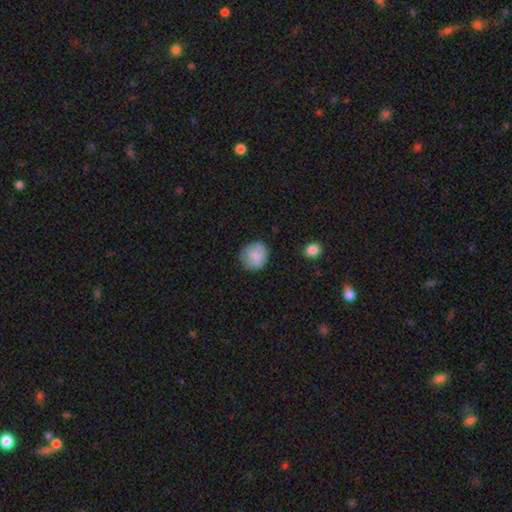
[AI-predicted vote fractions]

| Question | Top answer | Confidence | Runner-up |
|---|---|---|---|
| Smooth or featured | smooth | 85% | star or artifact (7%) |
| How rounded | round | 84% | in between (15%) |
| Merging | none | 80% | minor disturbance (16%) |